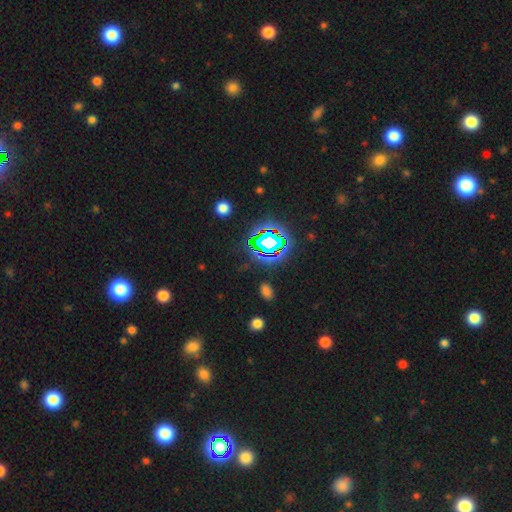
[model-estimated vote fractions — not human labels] Smooth or featured: star or artifact — 77% (smooth — 15%)